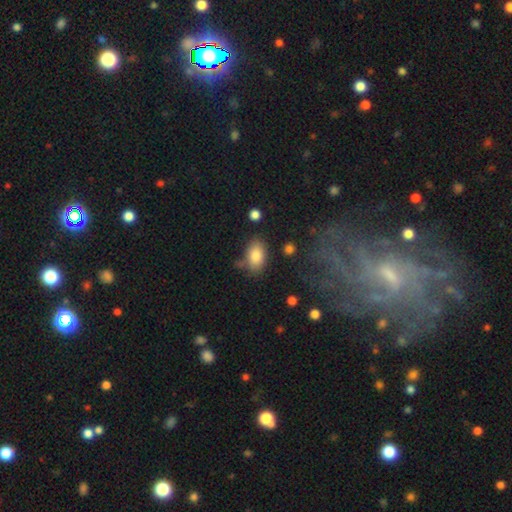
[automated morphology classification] A smooth galaxy with no disk features (84%) that is in between round and cigar-shaped (90%). Merging: none (71%).